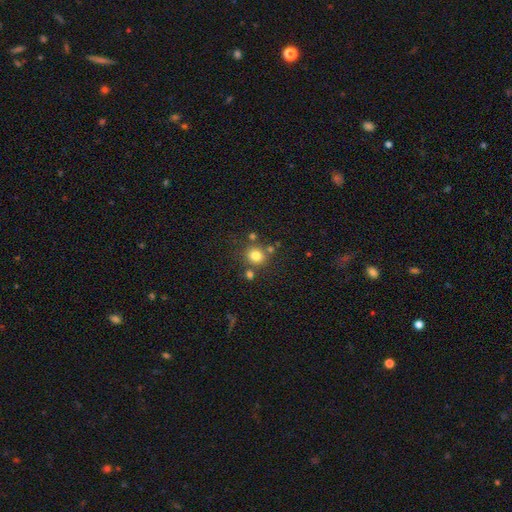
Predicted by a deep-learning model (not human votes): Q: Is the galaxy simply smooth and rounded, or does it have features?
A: smooth — 79%.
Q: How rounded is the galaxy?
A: round — 87%.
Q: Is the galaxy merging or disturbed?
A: none — 75%.